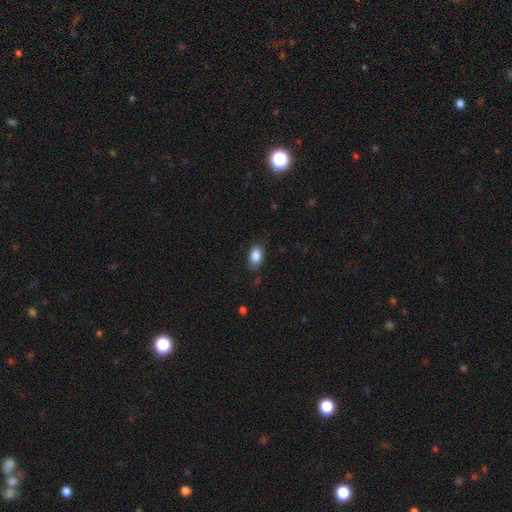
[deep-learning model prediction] The model was most divided on "merging": none: 80%, minor disturbance: 15%, major disturbance: 3%, merger: 1%. More confident: how rounded — in between (91%); smooth or featured — smooth (87%).